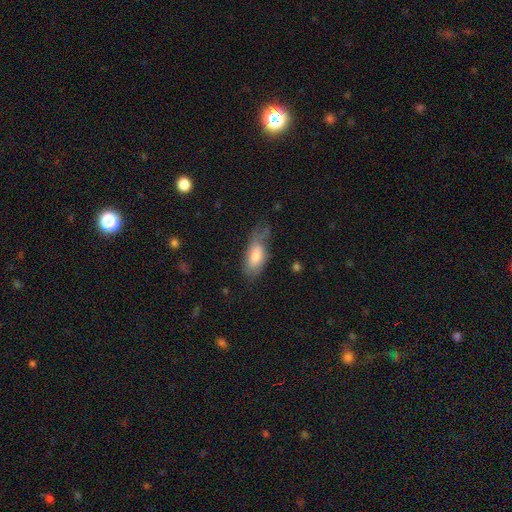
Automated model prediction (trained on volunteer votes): This is likely a smooth galaxy (67%). How rounded: clearly in between (85%). Merging: marginally none (44%).